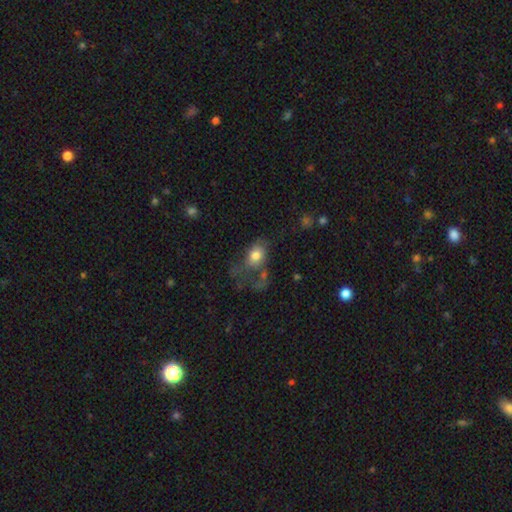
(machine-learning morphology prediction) This is likely a smooth galaxy (74%). How rounded: likely in between (68%). Merging: possibly major disturbance (47%).